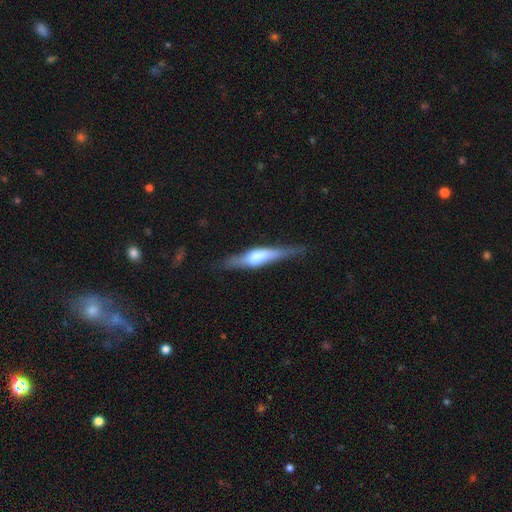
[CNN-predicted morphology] This appears to be a featured or disk galaxy (58%) viewed edge-on (93%) with a rounded central bulge (65%). Merging: none (78%).